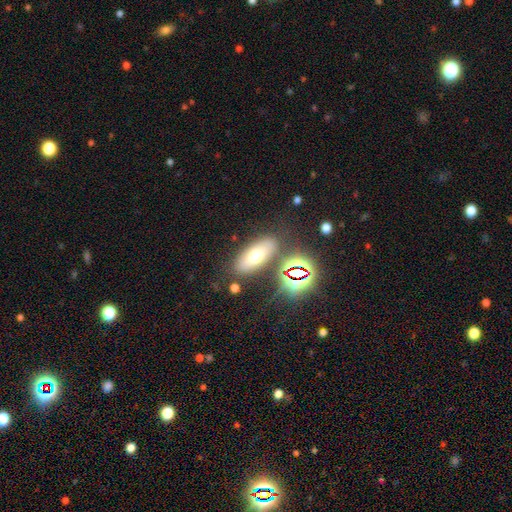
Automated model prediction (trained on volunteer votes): Smooth or featured? Predicted: smooth (p=0.58). How rounded? Predicted: in between (p=0.79). Merging? Predicted: none (p=0.79).